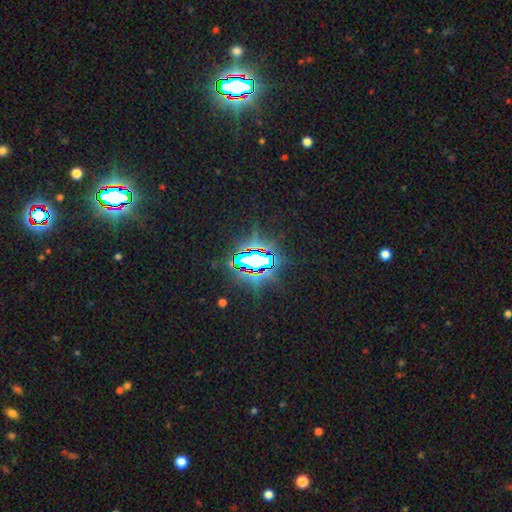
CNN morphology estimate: This appears to be a star or artifact, not a galaxy (78%).